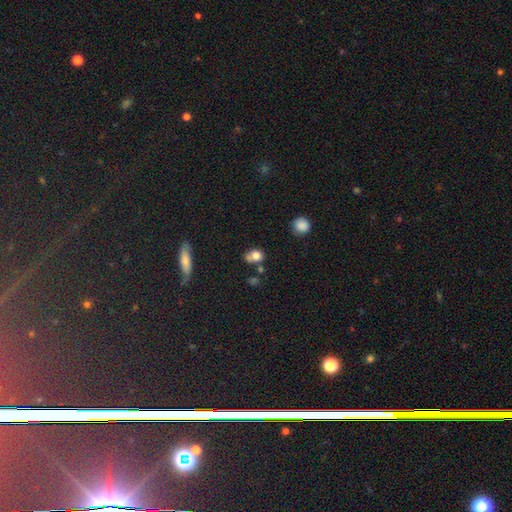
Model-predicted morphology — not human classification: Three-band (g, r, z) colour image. It shows a smooth galaxy with no disk features (77%) that is in between round and cigar-shaped (51%). Merging: none (42%).